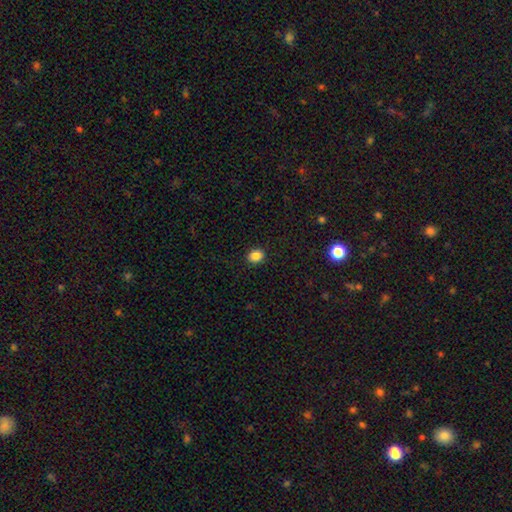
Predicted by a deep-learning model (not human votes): smooth 85%, star or artifact 11%, featured or disk 4%. Down the decision tree: how rounded — round (56%); merging — none (91%).